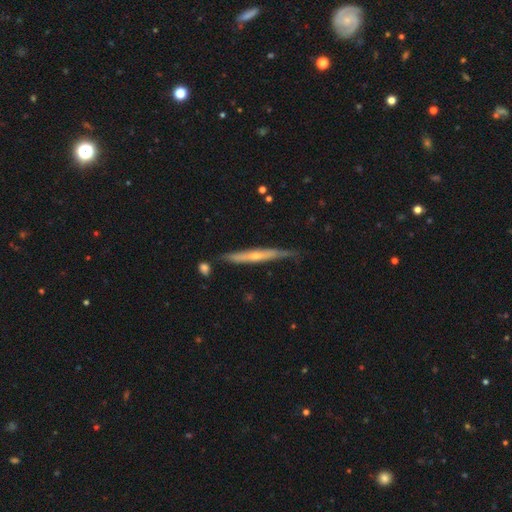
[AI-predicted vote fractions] A featured or disk galaxy (66%) viewed edge-on (93%) with a rounded central bulge (65%). Merging: none (74%).